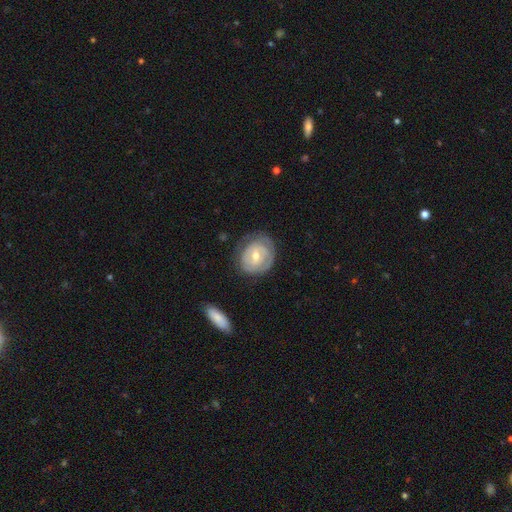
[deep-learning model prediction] A featured or disk galaxy (67%) with no bar (51%), spiral arms (70%) and a moderate central bulge (61%). Merging: none (70%).